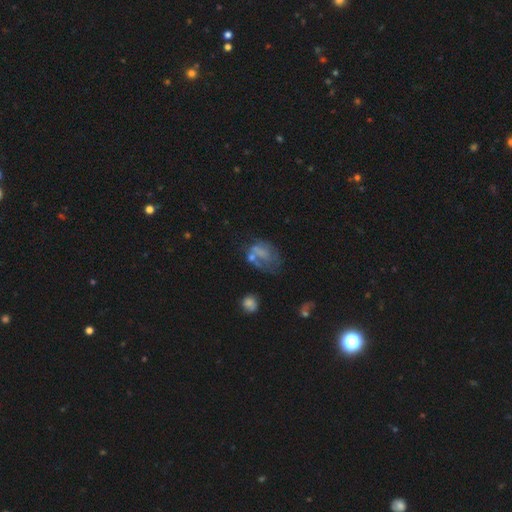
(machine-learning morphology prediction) Smooth or featured: featured or disk — 42% (smooth — 41%)
Merging: none — 32% (major disturbance — 31%)